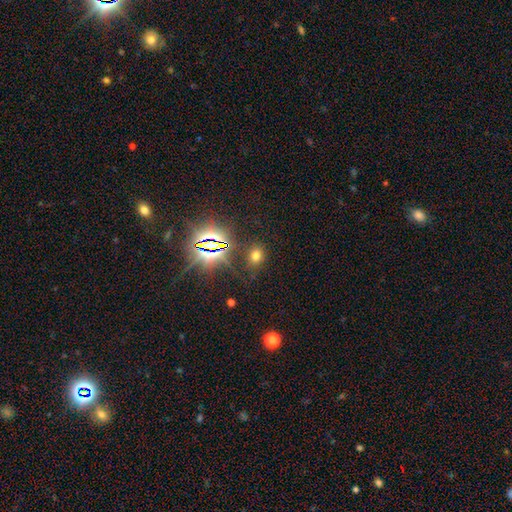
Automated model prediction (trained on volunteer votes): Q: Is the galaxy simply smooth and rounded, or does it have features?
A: smooth — 61%.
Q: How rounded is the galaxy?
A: in between — 56%.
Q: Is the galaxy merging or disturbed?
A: none — 82%.